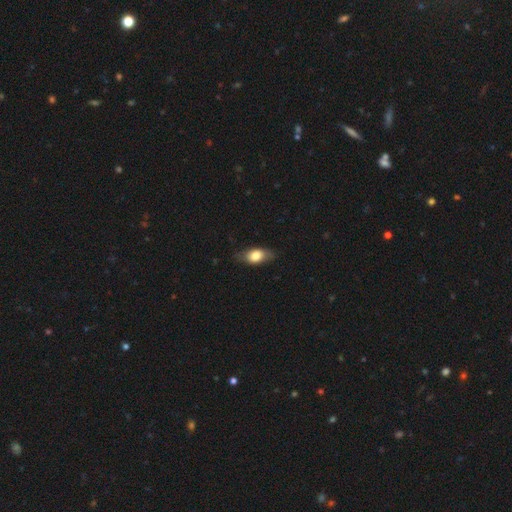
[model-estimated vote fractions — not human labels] Smooth or featured: smooth — 72% (featured or disk — 21%)
How rounded: in between — 83% (round — 10%)
Merging: none — 73% (minor disturbance — 21%)